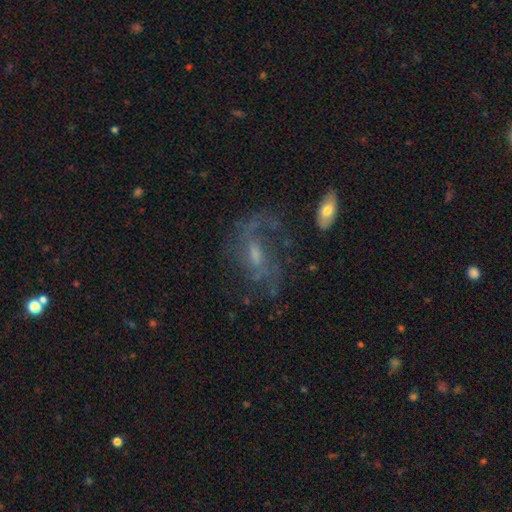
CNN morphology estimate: type=featured or disk (75%); edge-on=no (94%); bar=weak (50%); spiral arms=yes (82%); winding=loose (47%); arm count=2 (51%); bulge=small (41%); merging=none (51%).